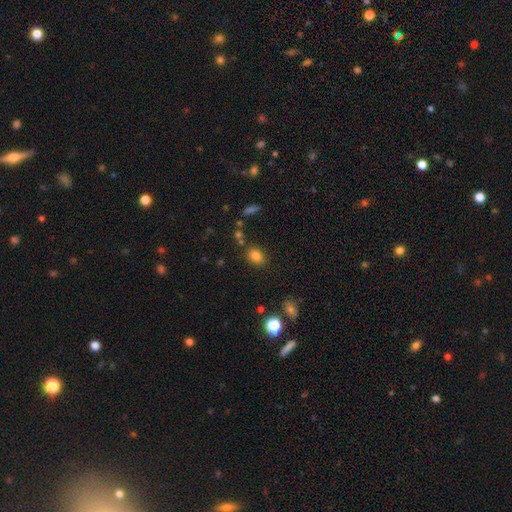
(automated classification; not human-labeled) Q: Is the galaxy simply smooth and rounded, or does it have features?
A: smooth — 80%.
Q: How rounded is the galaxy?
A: in between — 58%.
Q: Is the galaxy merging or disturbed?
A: none — 79%.